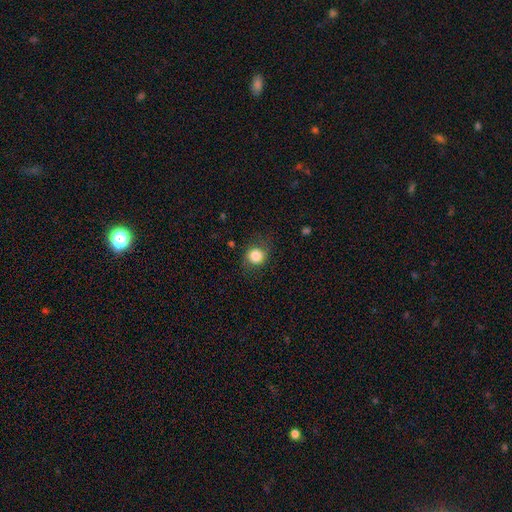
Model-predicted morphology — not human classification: smooth_or_featured: smooth (p=0.83) [alt: star or artifact p=0.10]
how_rounded: round (p=0.84) [alt: in between p=0.15]
merging: none (p=0.80) [alt: minor disturbance p=0.14]